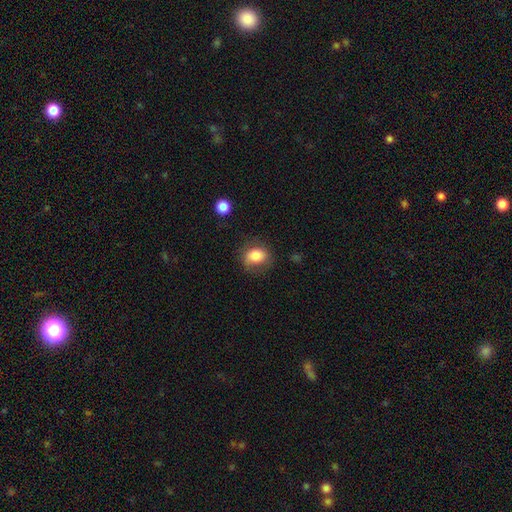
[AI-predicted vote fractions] Smooth or featured? smooth (79%)
How rounded? round (51%)
Merging? none (69%)